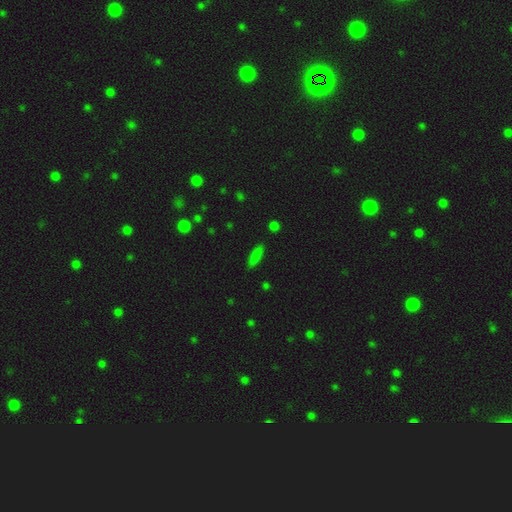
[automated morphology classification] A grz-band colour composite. It shows a smooth galaxy with no disk features (81%) that is cigar-shaped (59%). Merging: none (86%).